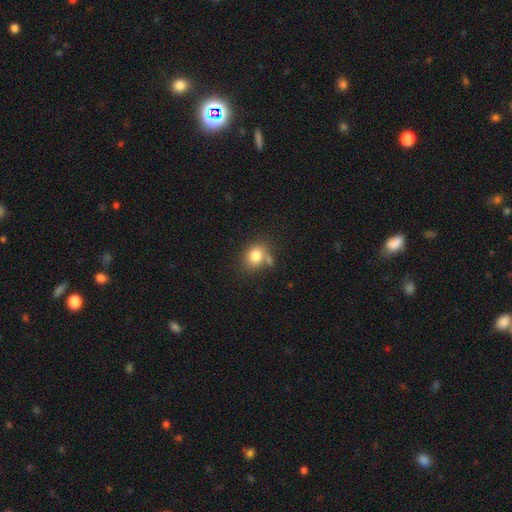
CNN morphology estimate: This is clearly a smooth galaxy (81%). How rounded: possibly round (50%). Merging: possibly none (60%).